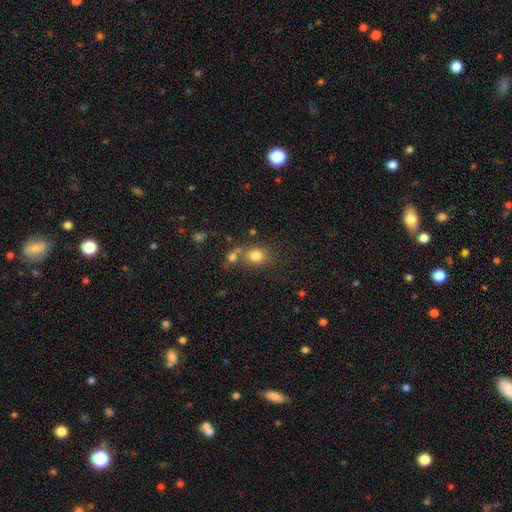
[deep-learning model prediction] Overall: smooth (79%). How rounded: round (59%; in between 40%). Merging: none (57%; merger 26%).